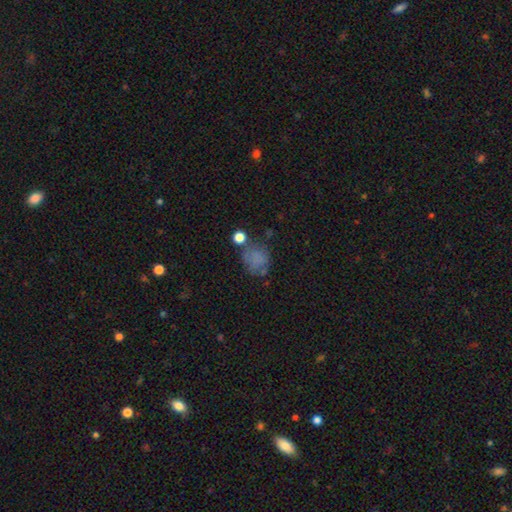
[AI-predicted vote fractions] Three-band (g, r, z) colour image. It shows a smooth galaxy with no disk features (68%) that is round (67%). Merging: none (53%).